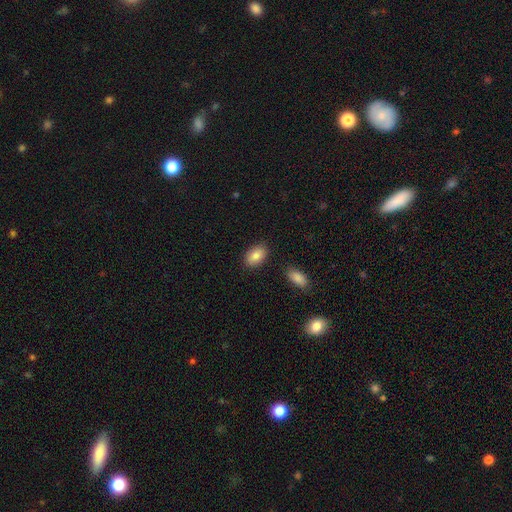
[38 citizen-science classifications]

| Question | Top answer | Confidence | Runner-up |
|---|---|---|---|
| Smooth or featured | smooth | 82% | featured or disk (16%) |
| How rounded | in between | 97% | cigar-shaped (3%) |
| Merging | none | 81% | minor disturbance (14%) |